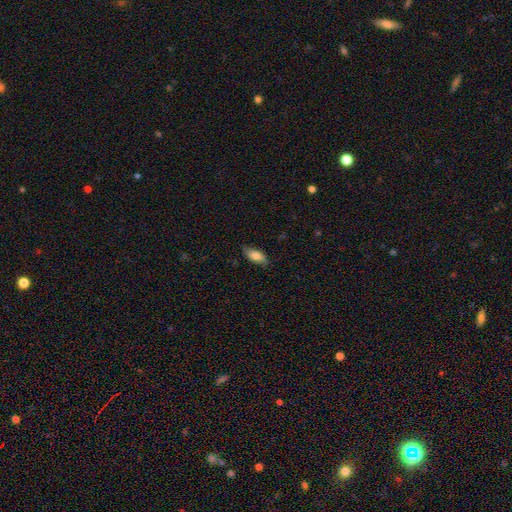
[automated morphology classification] A smooth galaxy with no disk features (79%) that is in between round and cigar-shaped (84%). Merging: none (80%).